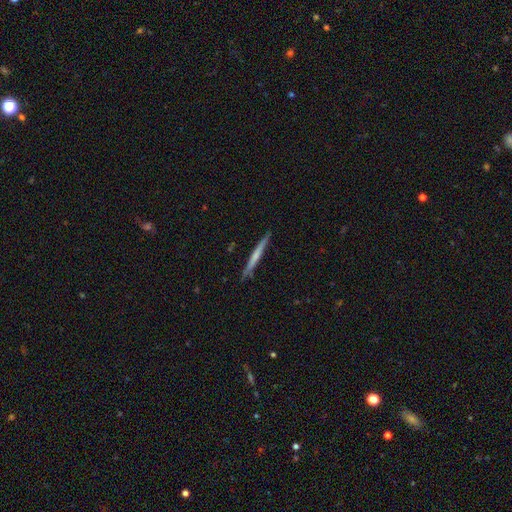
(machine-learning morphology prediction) Smooth or featured?
  - featured or disk: 48% *
  - smooth: 46%
  - star or artifact: 5%
Merging?
  - none: 88% *
  - minor disturbance: 9%
  - major disturbance: 1%
  - merger: 1%